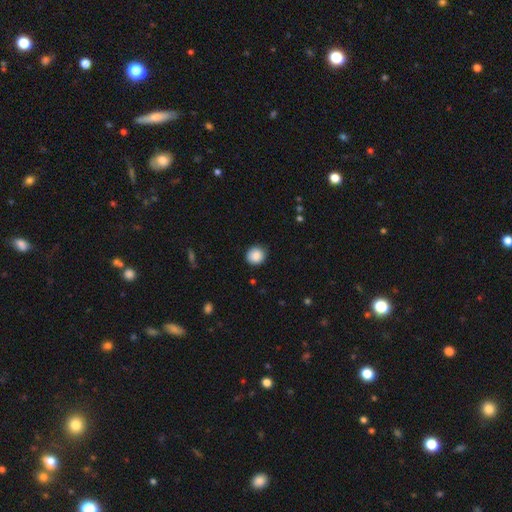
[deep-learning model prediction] Morphology: type=smooth (88%); roundness=round (88%); merging=none (88%).